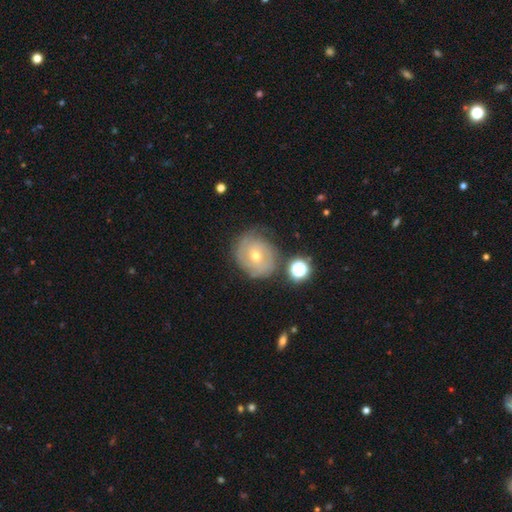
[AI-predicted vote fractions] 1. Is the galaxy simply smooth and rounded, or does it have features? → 73% featured or disk, 19% smooth, 9% star or artifact.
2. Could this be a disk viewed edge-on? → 97% no, 3% yes.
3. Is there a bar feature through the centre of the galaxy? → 71% no, 24% weak, 5% strong.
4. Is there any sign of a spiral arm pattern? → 88% yes, 12% no.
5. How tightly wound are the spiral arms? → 72% tight, 21% medium, 7% loose.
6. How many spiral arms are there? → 39% can't tell, 29% 2, 17% 3, 6% 1, 6% 4, 4% more than 4.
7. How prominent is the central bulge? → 53% moderate, 44% small, 1% large, 1% none, 1% dominant.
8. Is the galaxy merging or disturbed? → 66% none, 21% minor disturbance, 8% major disturbance, 4% merger.